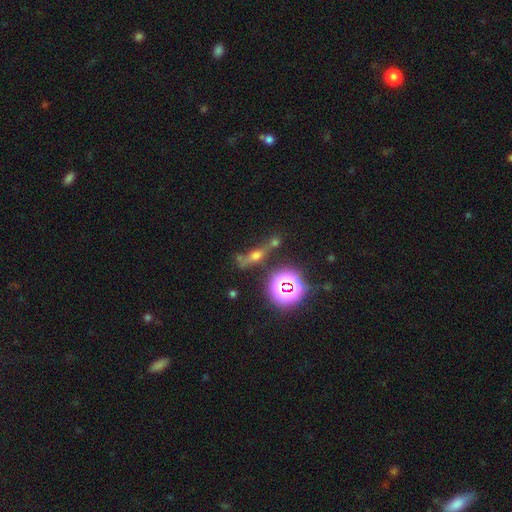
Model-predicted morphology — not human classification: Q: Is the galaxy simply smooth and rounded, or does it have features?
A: smooth — 36%.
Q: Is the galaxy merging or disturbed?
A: none — 52%.